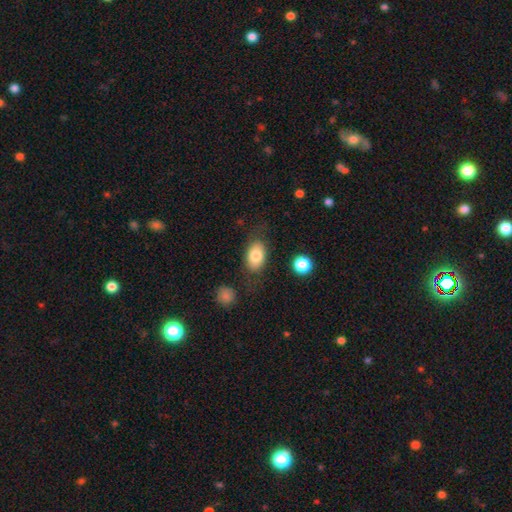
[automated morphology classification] A smooth galaxy with no disk features (81%) that is in between round and cigar-shaped (88%).

Vote fractions:
- Smooth or featured? smooth: 81% / featured or disk: 12% / star or artifact: 7%
- How rounded? in between: 88% / round: 10% / cigar-shaped: 2%
- Merging? none: 74% / minor disturbance: 16% / major disturbance: 7% / merger: 4%